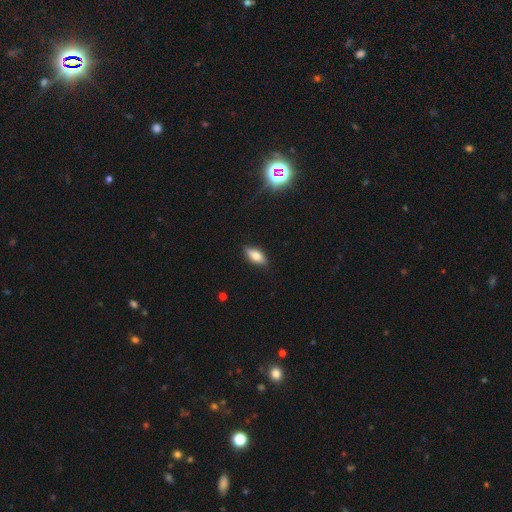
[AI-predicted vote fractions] This appears to be a smooth galaxy with no disk features (69%) that is in between round and cigar-shaped (77%). Merging: none (85%).